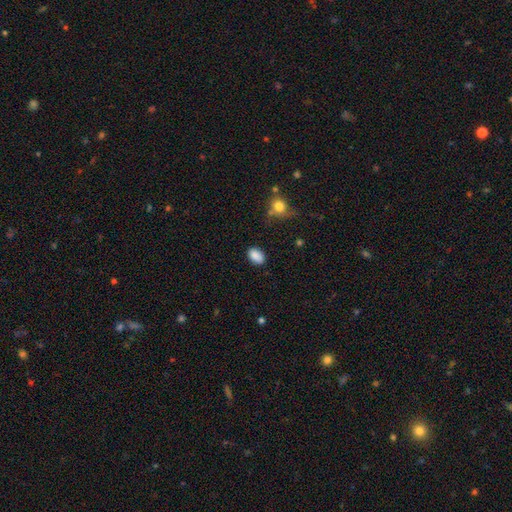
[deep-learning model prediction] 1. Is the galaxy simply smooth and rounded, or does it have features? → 88% smooth, 8% star or artifact, 4% featured or disk.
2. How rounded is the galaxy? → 85% in between, 13% round, 1% cigar-shaped.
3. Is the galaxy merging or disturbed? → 83% none, 12% minor disturbance, 3% major disturbance, 2% merger.